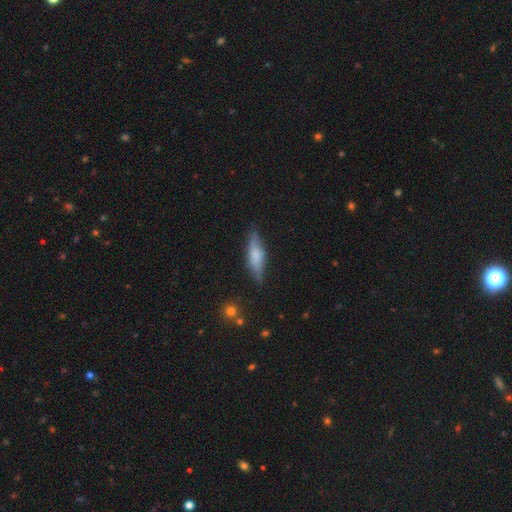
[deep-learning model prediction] smooth_or_featured: smooth (p=0.56) [alt: featured or disk p=0.38]
how_rounded: cigar-shaped (p=0.60) [alt: in between p=0.38]
merging: none (p=0.80) [alt: minor disturbance p=0.16]